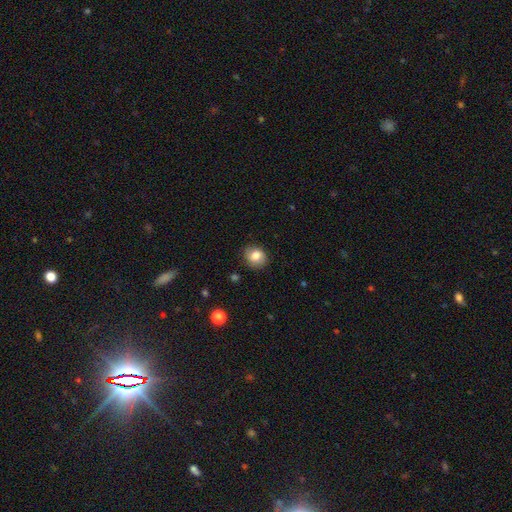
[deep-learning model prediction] smooth-or-featured: smooth: 80% | featured or disk: 11% | star or artifact: 9%
  how-rounded: round: 71% | in between: 28% | cigar-shaped: 1%
  merging: none: 80% | minor disturbance: 15% | major disturbance: 3% | merger: 1%